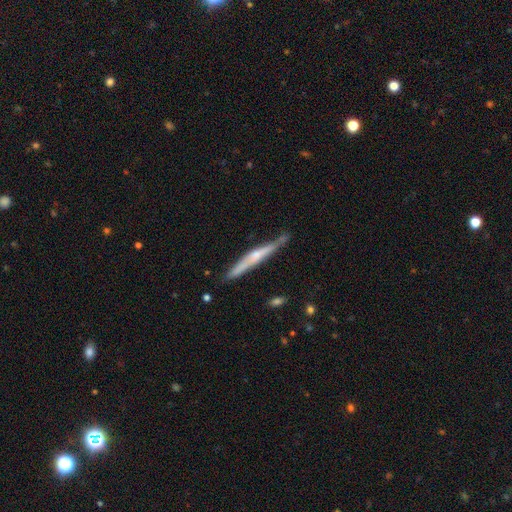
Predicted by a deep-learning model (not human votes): smooth-or-featured: featured or disk: 62% | smooth: 32% | star or artifact: 6%
  disk-edge-on: yes: 96% | no: 4%
    edge-on-bulge: rounded: 58% | none: 33% | boxy: 9%
  merging: none: 76% | minor disturbance: 18% | merger: 3% | major disturbance: 3%